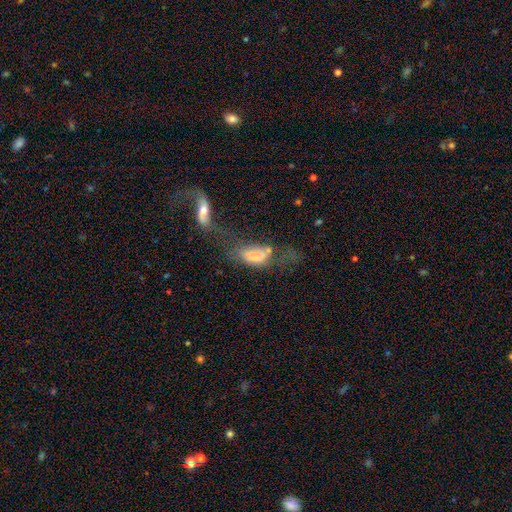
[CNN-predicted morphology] Smooth or featured? Predicted: smooth (p=0.61). How rounded? Predicted: in between (p=0.86). Merging? Predicted: merger (p=0.44).